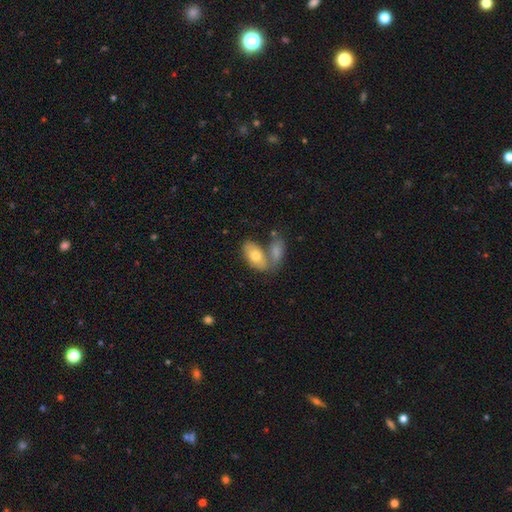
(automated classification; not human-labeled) Smooth or featured? smooth (74%)
How rounded? in between (92%)
Merging? merger (45%)